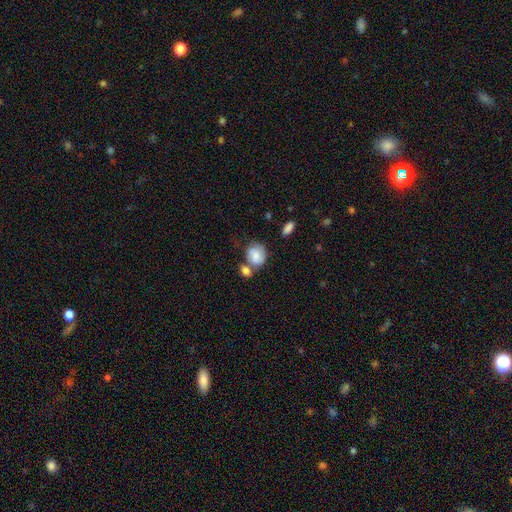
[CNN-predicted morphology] Smooth or featured? Predicted: smooth (p=0.80). How rounded? Predicted: round (p=0.59). Merging? Predicted: none (p=0.41).